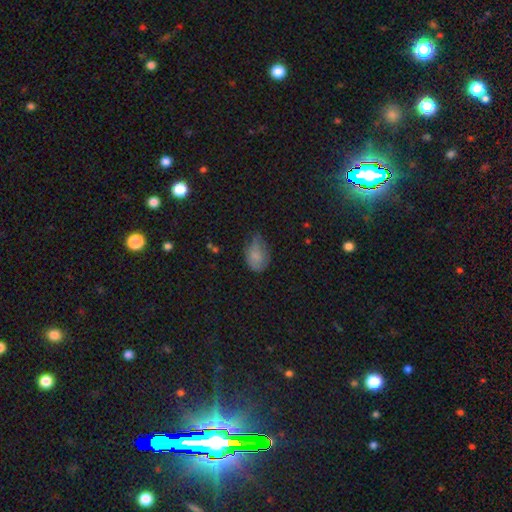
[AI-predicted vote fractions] smooth_or_featured: smooth (p=0.77) [alt: featured or disk p=0.13]
how_rounded: in between (p=0.83) [alt: round p=0.16]
merging: minor disturbance (p=0.45) [alt: none p=0.37]